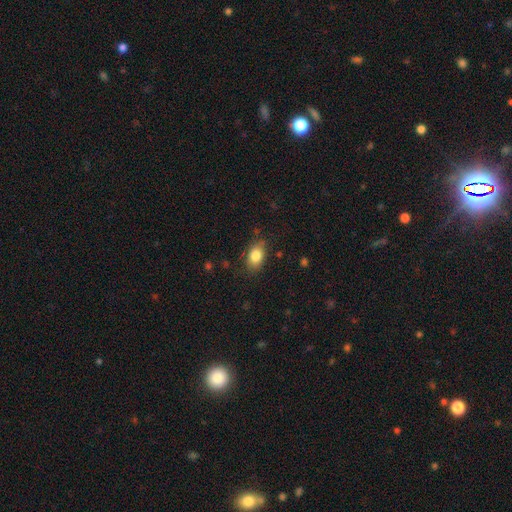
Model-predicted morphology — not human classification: A smooth galaxy with no disk features (83%) that is in between round and cigar-shaped (82%). Merging: none (78%).